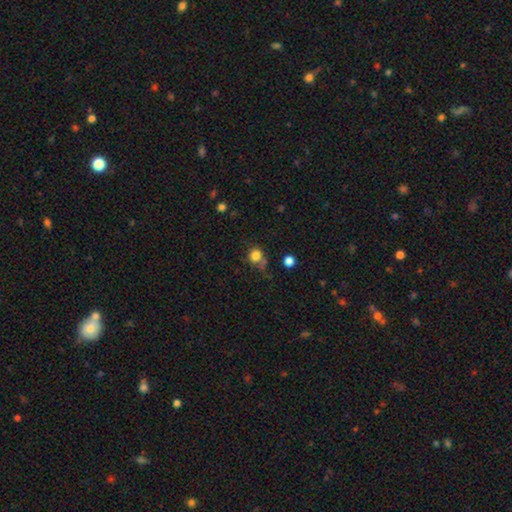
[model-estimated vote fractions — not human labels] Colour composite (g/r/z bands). It shows a smooth galaxy with no disk features (81%) that is round (84%). Merging: none (59%).